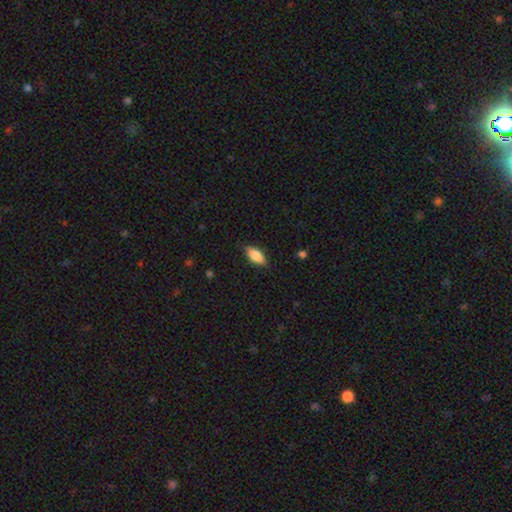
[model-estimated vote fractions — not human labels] The model was most divided on "smooth or featured": smooth: 80%, featured or disk: 13%, star or artifact: 7%. More confident: merging — none (84%); how rounded — in between (83%).